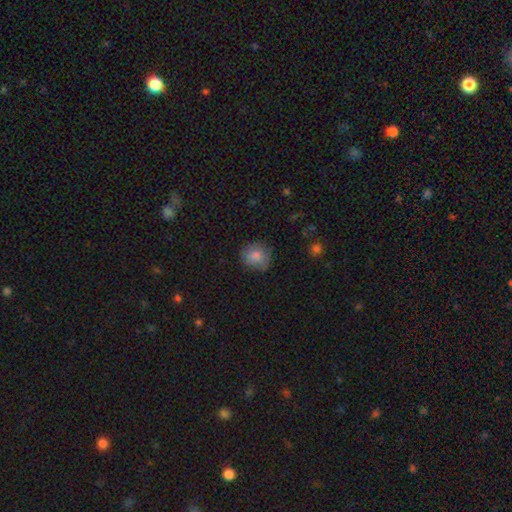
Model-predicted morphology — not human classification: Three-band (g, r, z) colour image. It shows a smooth galaxy with no disk features (82%) that is round (81%). Merging: none (77%).